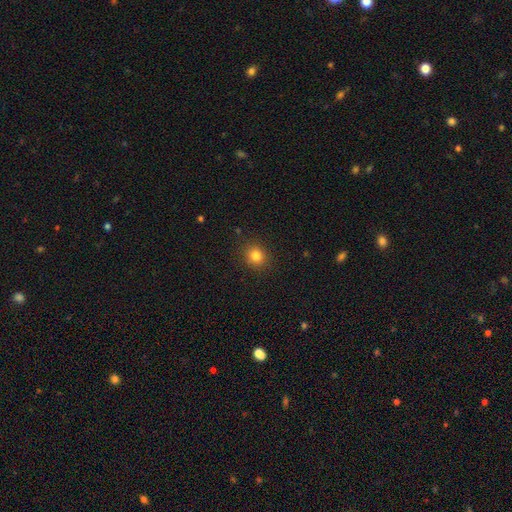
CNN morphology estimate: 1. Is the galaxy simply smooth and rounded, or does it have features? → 82% smooth, 12% star or artifact, 5% featured or disk.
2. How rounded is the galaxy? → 83% round, 16% in between, 1% cigar-shaped.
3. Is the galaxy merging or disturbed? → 89% none, 7% minor disturbance, 3% major disturbance, 1% merger.